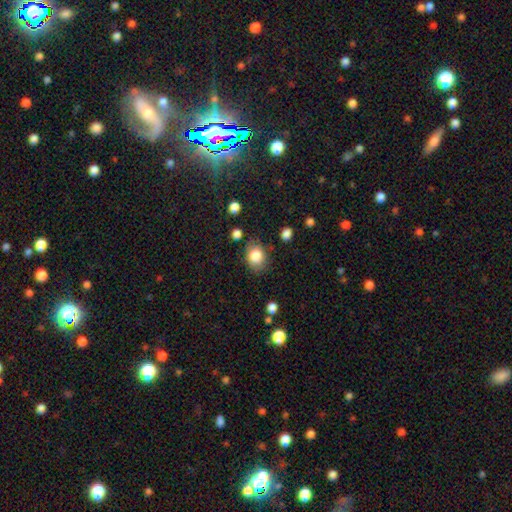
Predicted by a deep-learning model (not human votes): Q: Smooth or featured?
A: smooth (83%); runner-up: star or artifact (9%)
Q: How rounded?
A: in between (51%); runner-up: round (48%)
Q: Merging?
A: none (76%); runner-up: minor disturbance (16%)